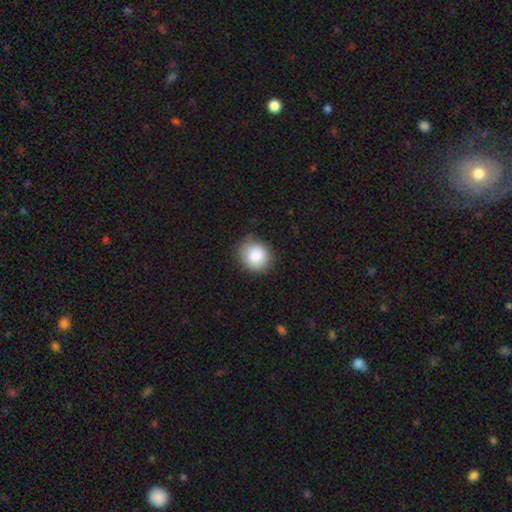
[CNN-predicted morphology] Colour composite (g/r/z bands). It shows a smooth galaxy with no disk features (86%) that is round (81%). Merging: none (81%).